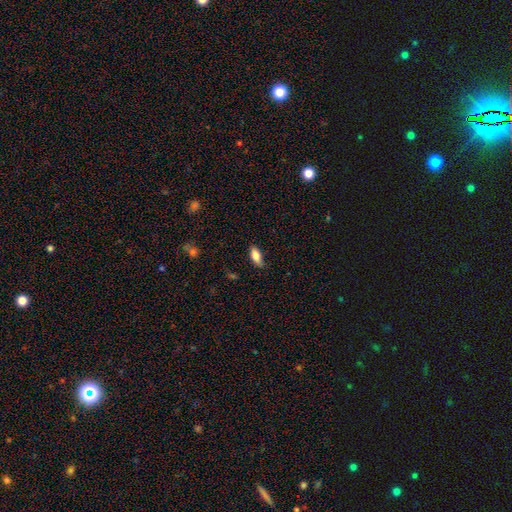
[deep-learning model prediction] Smooth or featured?
  - smooth: 80% *
  - featured or disk: 13%
  - star or artifact: 7%
How rounded?
  - in between: 82% *
  - cigar-shaped: 15%
  - round: 2%
Merging?
  - none: 82% *
  - minor disturbance: 15%
  - major disturbance: 3%
  - merger: 1%